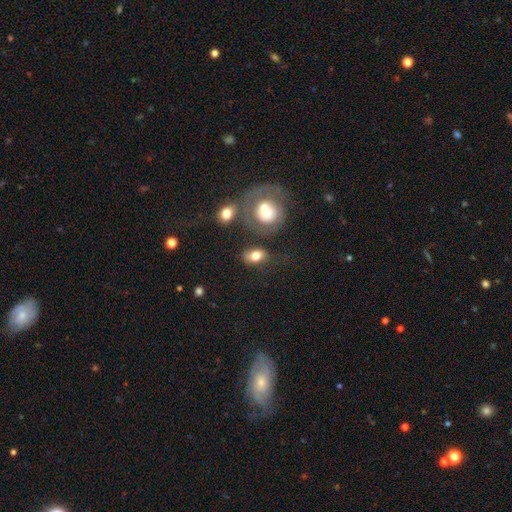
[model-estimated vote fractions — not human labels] Morphology: type=smooth (76%); roundness=in between (77%); merging=none (59%).